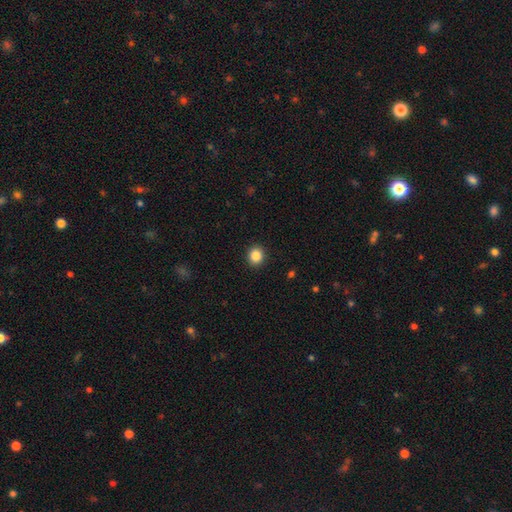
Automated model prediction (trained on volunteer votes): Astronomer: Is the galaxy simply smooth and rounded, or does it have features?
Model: smooth — 86%.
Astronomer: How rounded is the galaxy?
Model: round — 85%.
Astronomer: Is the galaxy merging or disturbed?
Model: none — 92%.